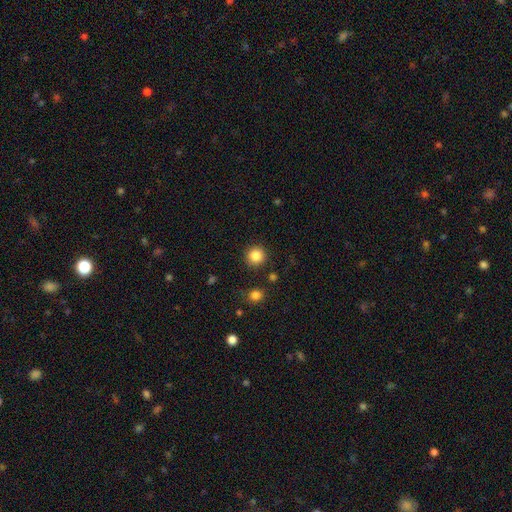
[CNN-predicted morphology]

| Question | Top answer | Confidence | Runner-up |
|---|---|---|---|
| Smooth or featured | smooth | 85% | star or artifact (11%) |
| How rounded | round | 95% | in between (4%) |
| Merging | none | 89% | minor disturbance (6%) |